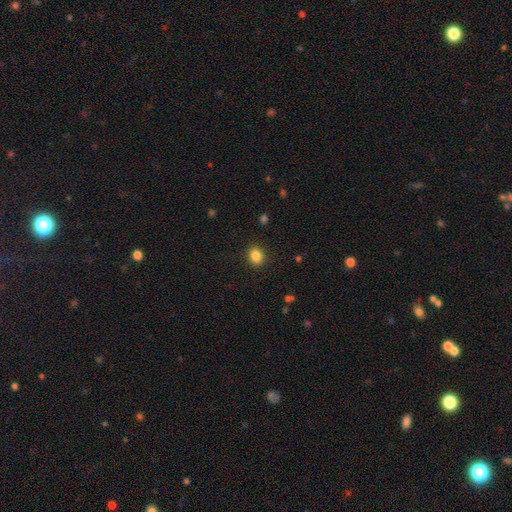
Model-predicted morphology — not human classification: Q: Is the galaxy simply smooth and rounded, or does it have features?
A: smooth — 85%.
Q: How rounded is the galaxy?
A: round — 58%.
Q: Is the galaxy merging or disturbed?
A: none — 90%.